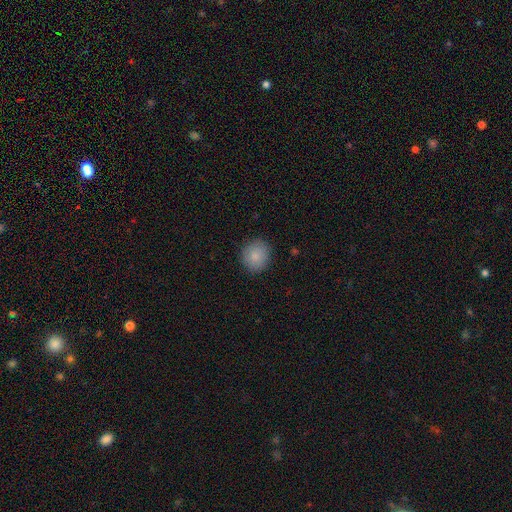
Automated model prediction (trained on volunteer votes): smooth 86%, star or artifact 8%, featured or disk 6%. Down the decision tree: how rounded — round (84%); merging — none (88%).